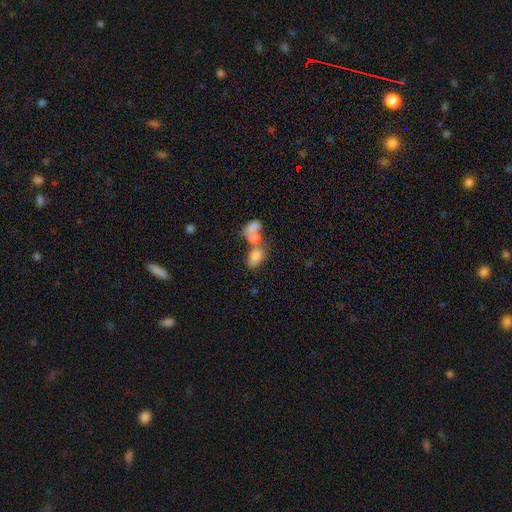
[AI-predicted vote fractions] Overall: smooth (75%). How rounded: in between (82%). Merging: merger (62%).